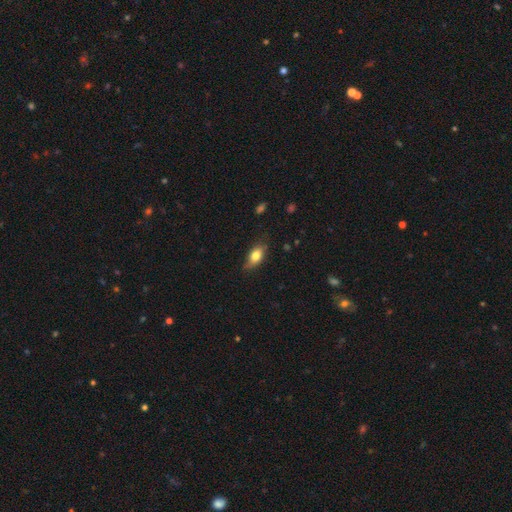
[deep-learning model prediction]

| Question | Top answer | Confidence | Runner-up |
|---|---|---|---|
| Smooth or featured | smooth | 79% | featured or disk (14%) |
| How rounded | in between | 85% | round (8%) |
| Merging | none | 70% | minor disturbance (24%) |